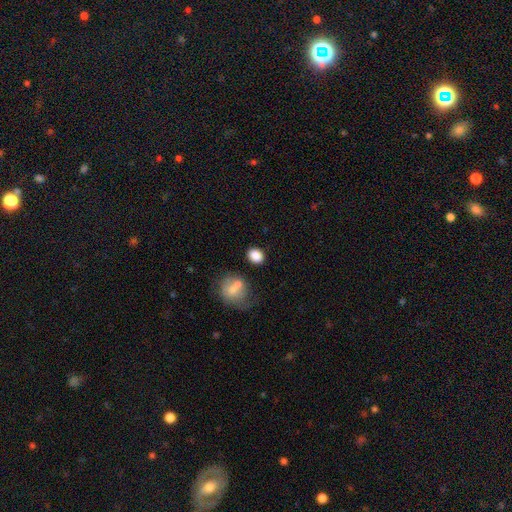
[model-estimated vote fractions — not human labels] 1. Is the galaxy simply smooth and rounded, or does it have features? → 86% smooth, 9% star or artifact, 5% featured or disk.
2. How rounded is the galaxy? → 50% in between, 49% round, 1% cigar-shaped.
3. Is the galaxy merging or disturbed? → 80% none, 10% minor disturbance, 7% merger, 4% major disturbance.